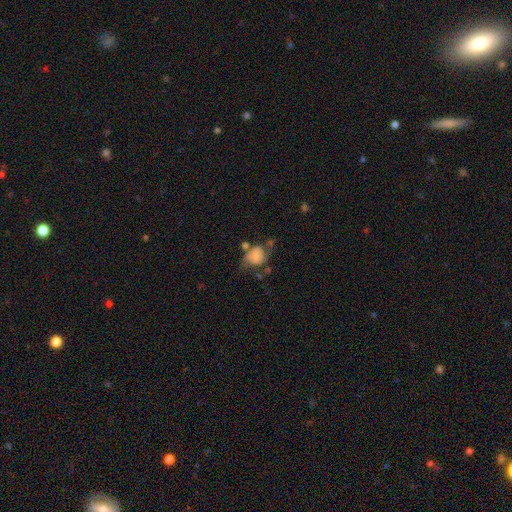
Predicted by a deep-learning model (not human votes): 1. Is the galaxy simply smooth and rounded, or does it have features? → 58% smooth, 32% featured or disk, 10% star or artifact.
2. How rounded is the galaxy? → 51% round, 48% in between, 1% cigar-shaped.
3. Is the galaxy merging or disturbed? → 34% none, 26% minor disturbance, 24% major disturbance, 16% merger.